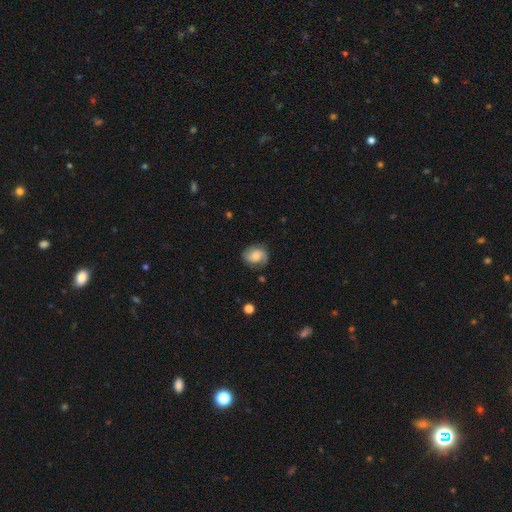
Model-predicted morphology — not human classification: smooth-or-featured: featured or disk: 46% | smooth: 45% | star or artifact: 9%
  merging: none: 69% | minor disturbance: 21% | major disturbance: 8% | merger: 2%